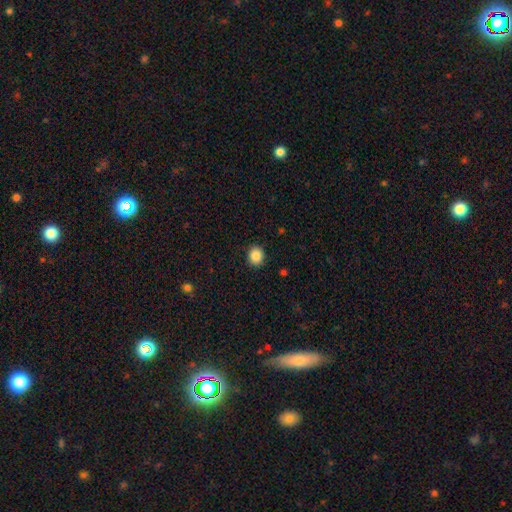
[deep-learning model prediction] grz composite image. It shows a smooth galaxy with no disk features (86%) that is round (76%). Merging: none (90%).